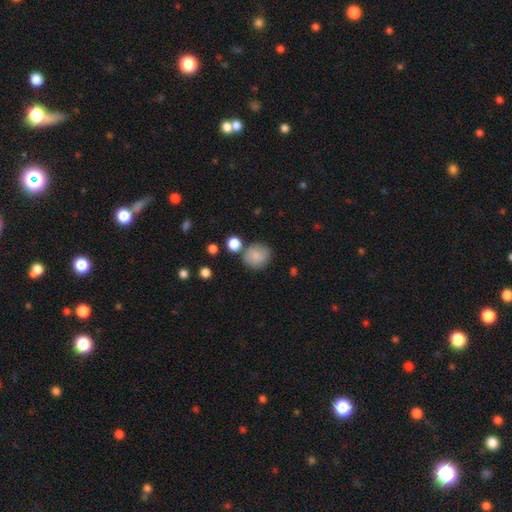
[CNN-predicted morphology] type=smooth (83%); roundness=round (77%); merging=none (72%).